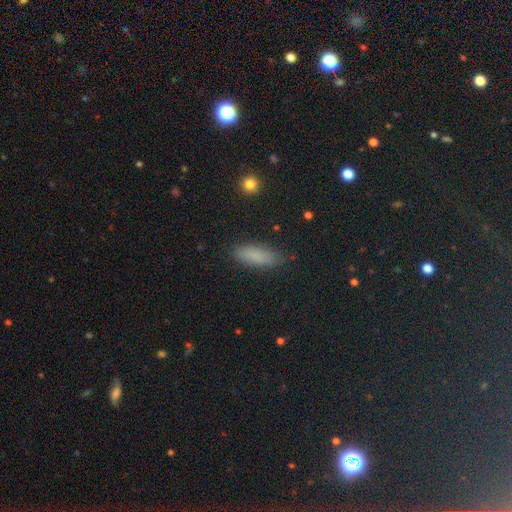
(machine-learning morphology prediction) This appears to be a smooth galaxy with no disk features (82%) that is in between round and cigar-shaped (57%). Merging: none (85%).